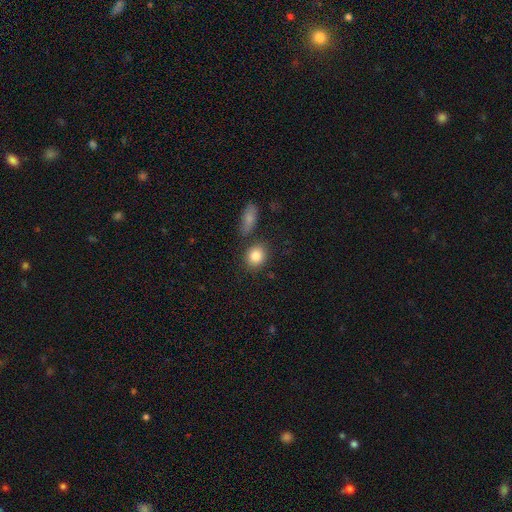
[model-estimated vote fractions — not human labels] Smooth or featured: smooth — 84% (star or artifact — 9%)
How rounded: round — 67% (in between — 31%)
Merging: none — 78% (minor disturbance — 10%)